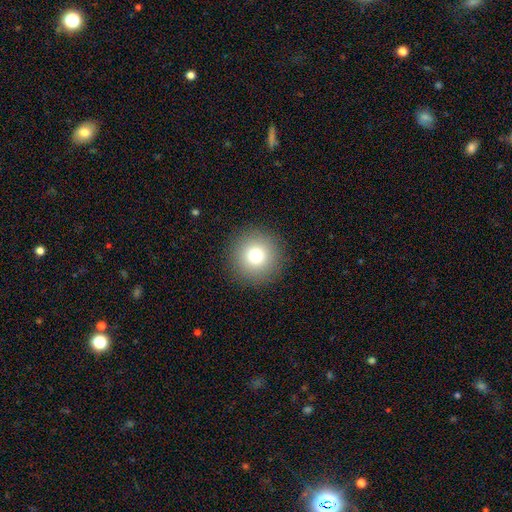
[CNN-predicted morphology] This is likely a smooth galaxy (79%). How rounded: clearly round (96%). Merging: clearly none (91%).